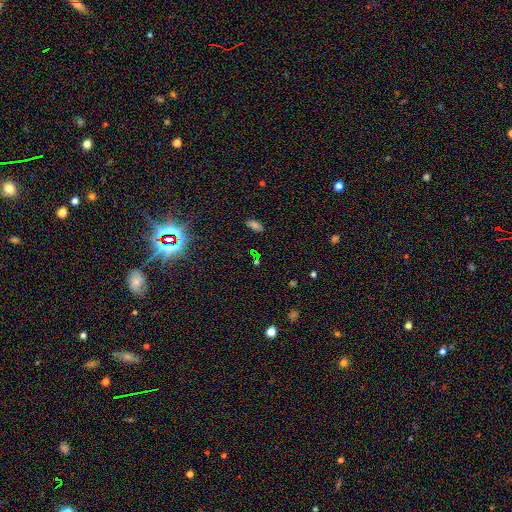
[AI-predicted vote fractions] A star or artifact, not a galaxy (56%).

Vote fractions:
- Smooth or featured? star or artifact: 56% / smooth: 35% / featured or disk: 9%